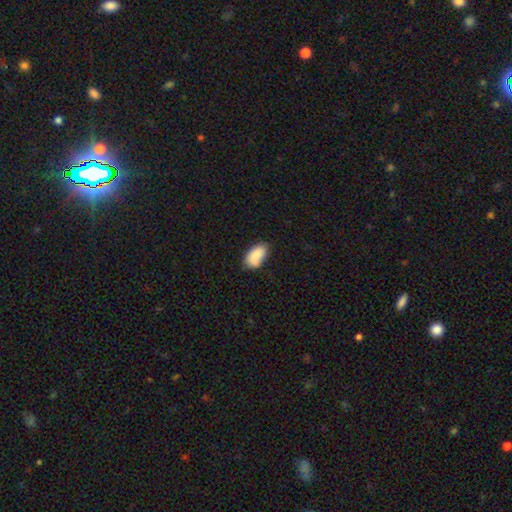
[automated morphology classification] smooth 85%, featured or disk 8%, star or artifact 7%. Down the decision tree: how rounded — in between (94%); merging — none (65%).